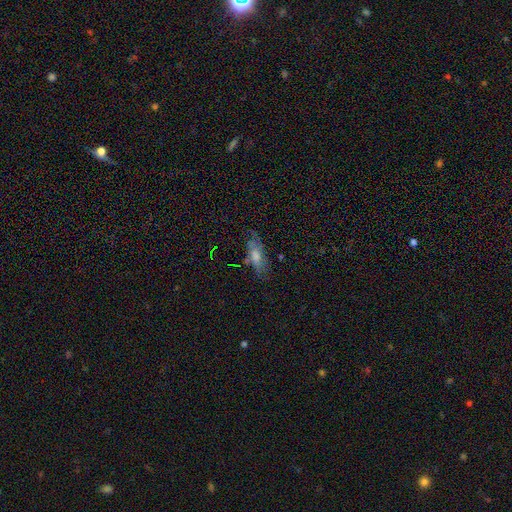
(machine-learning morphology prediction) This appears to be a featured or disk galaxy (44%). Merging: none (65%).